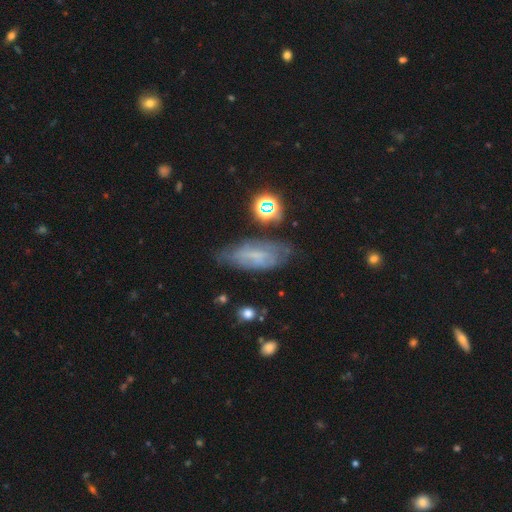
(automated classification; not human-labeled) smooth_or_featured: featured or disk (p=0.50) [alt: smooth p=0.38]
merging: none (p=0.61) [alt: minor disturbance p=0.25]